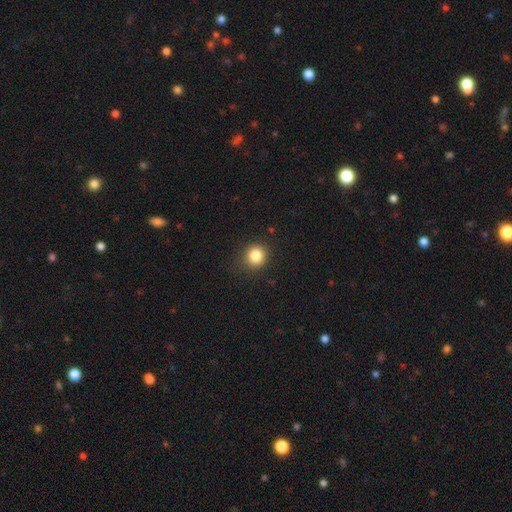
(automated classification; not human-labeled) Smooth or featured? Predicted: smooth (p=0.84). How rounded? Predicted: round (p=0.86). Merging? Predicted: none (p=0.85).